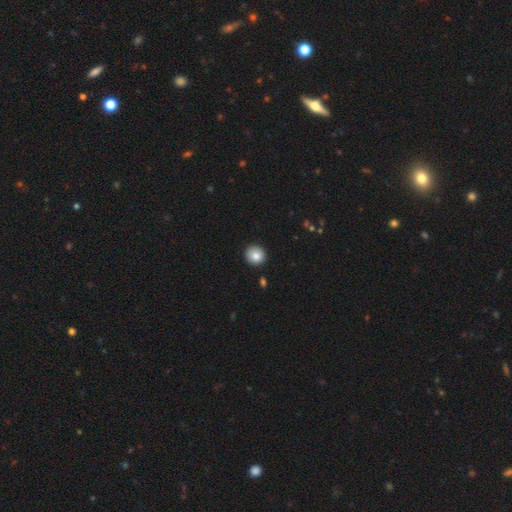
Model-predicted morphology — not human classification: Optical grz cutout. It shows a smooth galaxy with no disk features (85%) that is round (92%). Merging: none (91%).